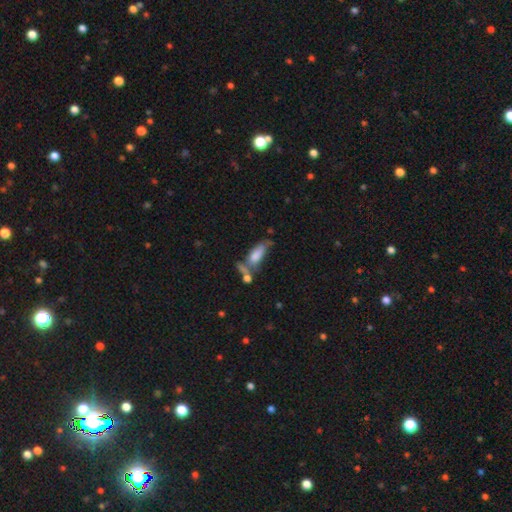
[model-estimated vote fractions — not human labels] smooth_or_featured: smooth (p=0.63) [alt: featured or disk p=0.26]
how_rounded: in between (p=0.69) [alt: cigar-shaped p=0.28]
merging: none (p=0.37) [alt: merger p=0.29]